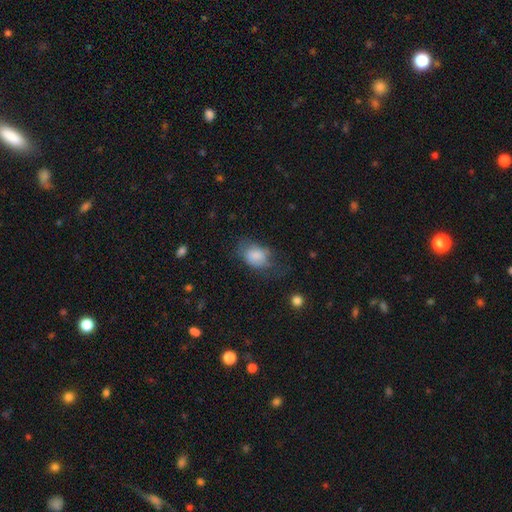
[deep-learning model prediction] Morphology: type=smooth (79%); roundness=in between (74%); merging=none (40%).